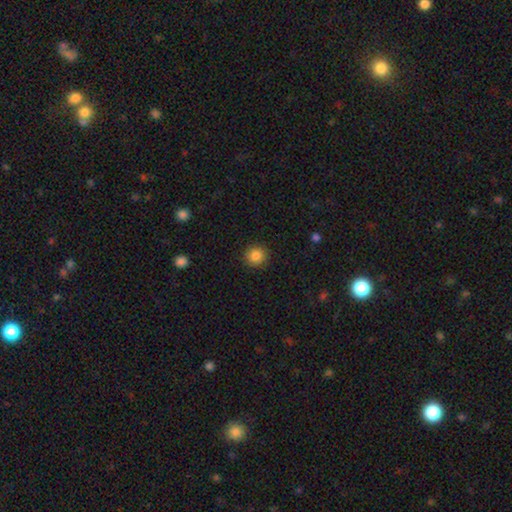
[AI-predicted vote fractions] This is clearly a smooth galaxy (85%). How rounded: clearly round (91%). Merging: clearly none (90%).